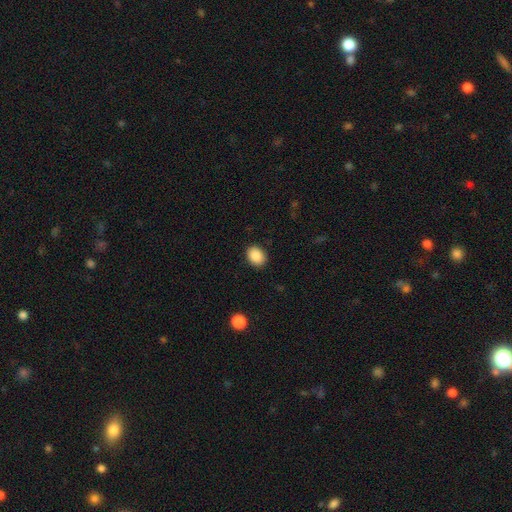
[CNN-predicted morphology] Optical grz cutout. It shows a smooth galaxy with no disk features (89%) that is in between round and cigar-shaped (56%). Merging: none (89%).